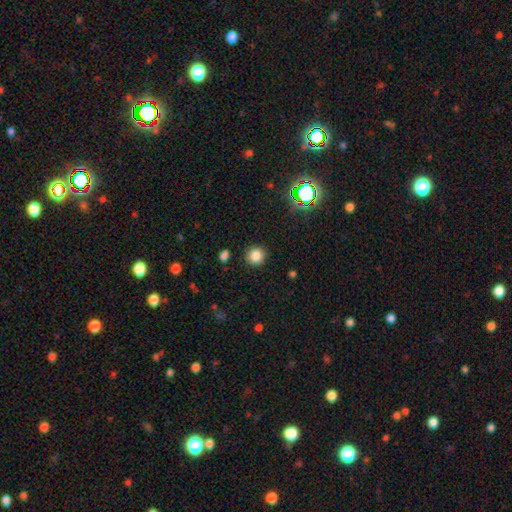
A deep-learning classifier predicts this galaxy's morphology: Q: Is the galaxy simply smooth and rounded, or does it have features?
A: smooth — 82%.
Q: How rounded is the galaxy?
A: round — 93%.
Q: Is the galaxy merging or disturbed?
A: none — 90%.